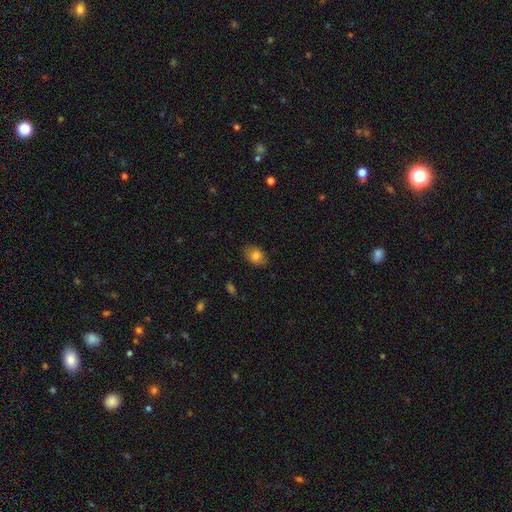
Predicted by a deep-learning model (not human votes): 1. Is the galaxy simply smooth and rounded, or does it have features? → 82% smooth, 10% featured or disk, 9% star or artifact.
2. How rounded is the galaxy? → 76% in between, 23% round, 1% cigar-shaped.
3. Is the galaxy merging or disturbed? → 82% none, 14% minor disturbance, 3% major disturbance, 1% merger.